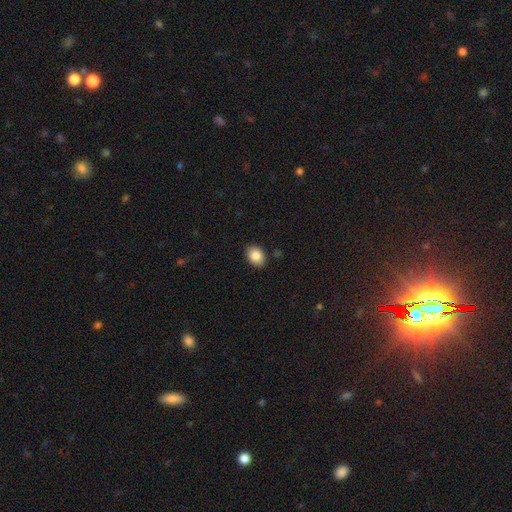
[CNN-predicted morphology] Smooth or featured: smooth — 85% (star or artifact — 8%)
How rounded: in between — 74% (round — 25%)
Merging: none — 89% (minor disturbance — 8%)